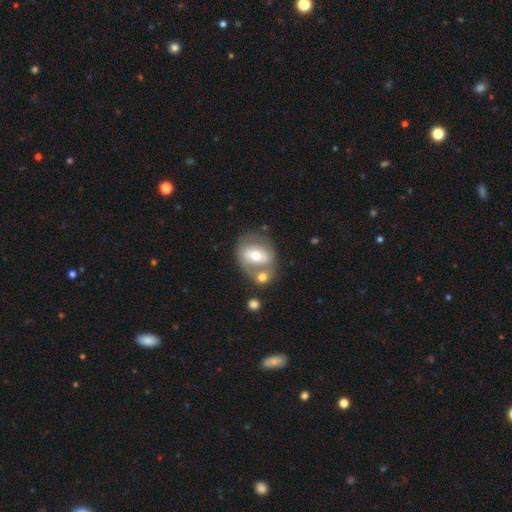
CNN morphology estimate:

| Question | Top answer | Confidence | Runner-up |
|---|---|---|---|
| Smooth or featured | featured or disk | 47% | smooth (45%) |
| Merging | none | 42% | merger (37%) |